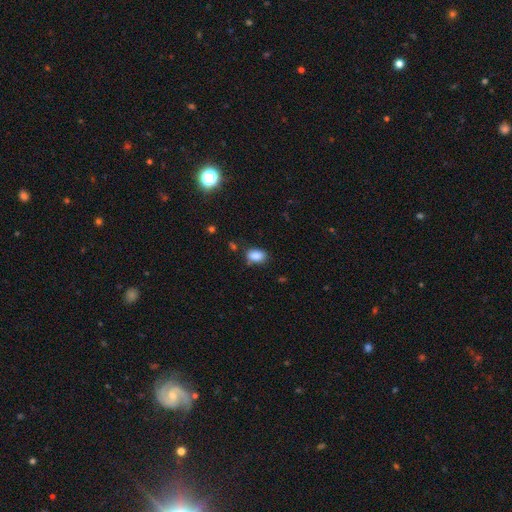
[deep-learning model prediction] smooth 87%, star or artifact 9%, featured or disk 4%. Down the decision tree: how rounded — in between (85%); merging — none (75%).